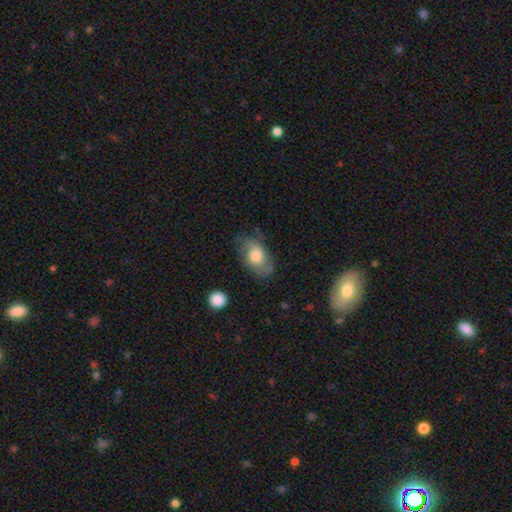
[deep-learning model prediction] This appears to be a smooth galaxy with no disk features (63%) that is in between round and cigar-shaped (86%). Merging: none (62%).